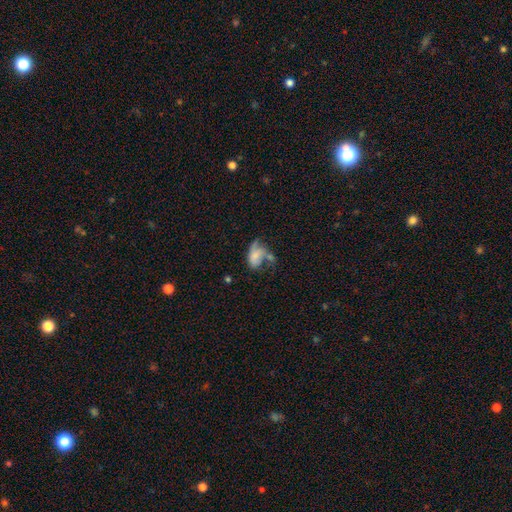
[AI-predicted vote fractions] A smooth galaxy with no disk features (54%) that is in between round and cigar-shaped (87%).

Vote fractions:
- Smooth or featured? smooth: 54% / featured or disk: 36% / star or artifact: 10%
- How rounded? in between: 87% / round: 10% / cigar-shaped: 3%
- Merging? major disturbance: 33% / merger: 25% / none: 21% / minor disturbance: 20%